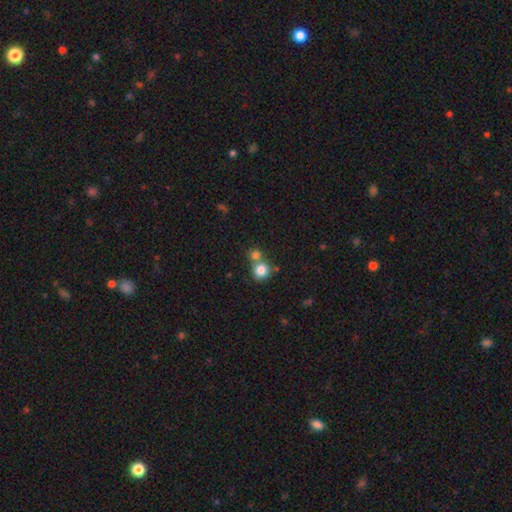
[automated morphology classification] The model was most divided on "merging": none: 59%, merger: 32%, minor disturbance: 6%, major disturbance: 3%. More confident: how rounded — round (89%); smooth or featured — smooth (68%).